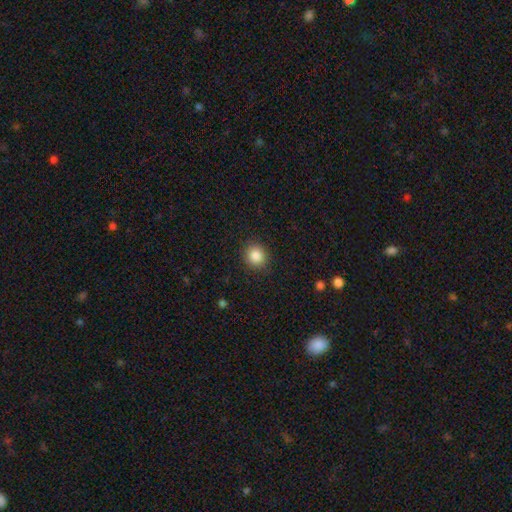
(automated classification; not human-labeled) The model was most divided on "how rounded": round: 84%, in between: 15%, cigar-shaped: 1%. More confident: merging — none (89%); smooth or featured — smooth (86%).